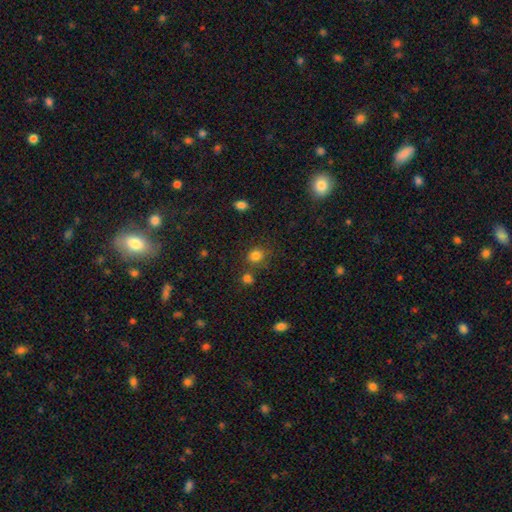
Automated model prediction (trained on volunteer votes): smooth 81%, star or artifact 13%, featured or disk 6%. Down the decision tree: how rounded — round (73%); merging — none (73%).